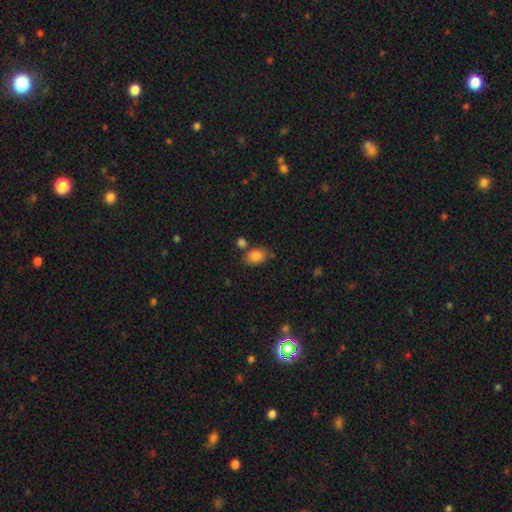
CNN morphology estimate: type=smooth (85%); roundness=in between (72%); merging=none (64%).